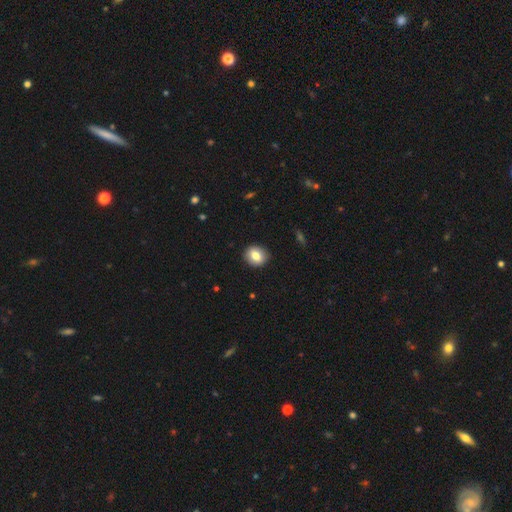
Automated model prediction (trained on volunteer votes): A smooth galaxy with no disk features (79%) that is round (71%).

Vote fractions:
- Smooth or featured? smooth: 79% / featured or disk: 13% / star or artifact: 8%
- How rounded? round: 71% / in between: 28% / cigar-shaped: 1%
- Merging? none: 90% / minor disturbance: 7% / major disturbance: 2% / merger: 1%